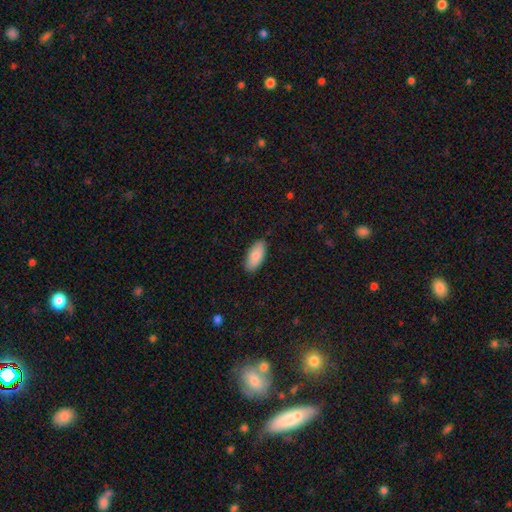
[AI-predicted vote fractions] Overall: smooth (88%). How rounded: in between (89%). Merging: none (86%).